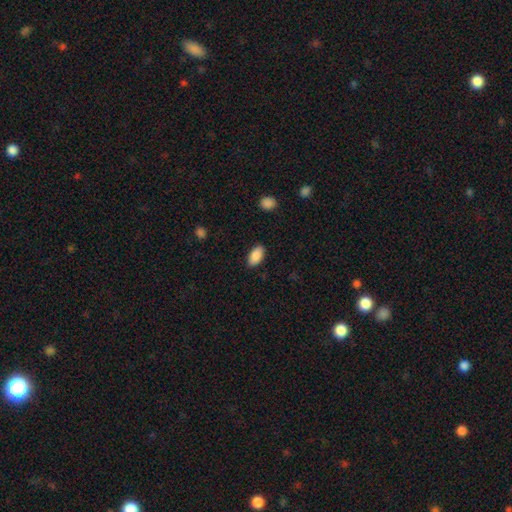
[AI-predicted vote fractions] Smooth or featured: smooth — 89% (star or artifact — 7%)
How rounded: in between — 94% (round — 3%)
Merging: none — 87% (minor disturbance — 9%)